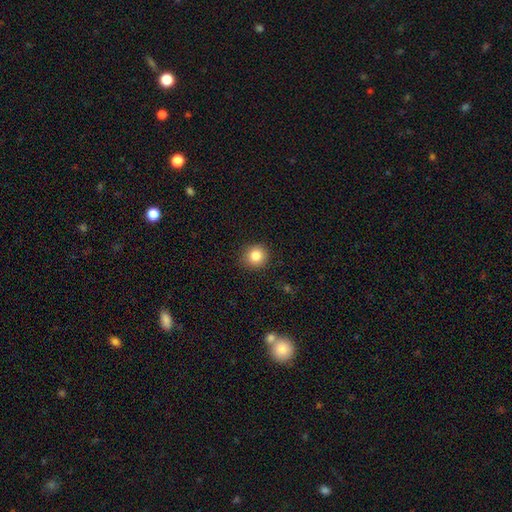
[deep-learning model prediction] The model was most divided on "smooth or featured": smooth: 84%, star or artifact: 10%, featured or disk: 6%. More confident: how rounded — round (91%); merging — none (90%).